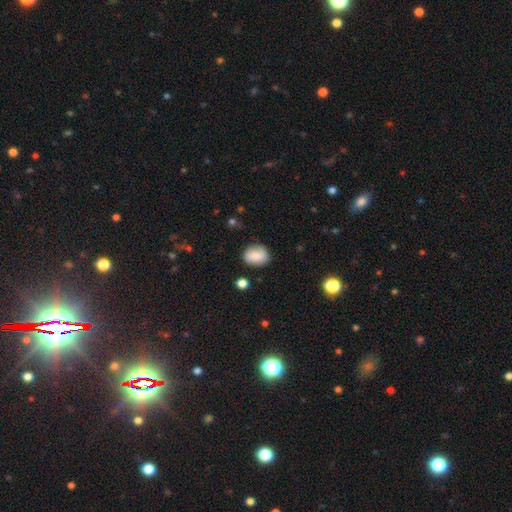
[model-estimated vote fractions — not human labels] Smooth or featured? Predicted: smooth (p=0.76). How rounded? Predicted: in between (p=0.57). Merging? Predicted: none (p=0.73).